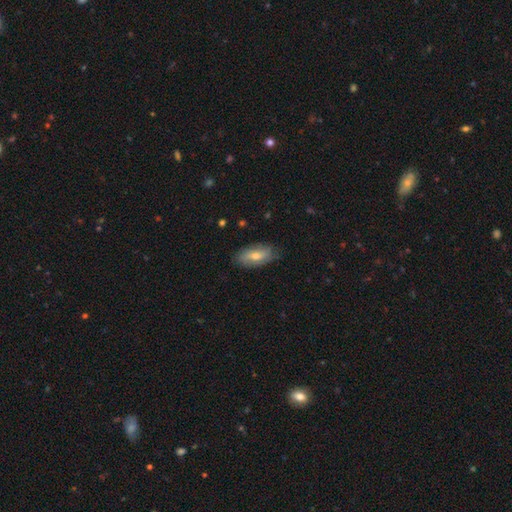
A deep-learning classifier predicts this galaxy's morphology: Overall: smooth (53%; featured or disk 39%). How rounded: in between (85%). Merging: none (81%).